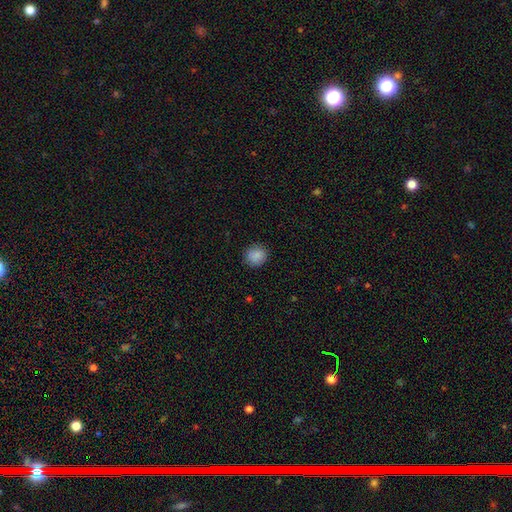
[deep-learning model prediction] A smooth galaxy with no disk features (88%) that is round (87%).

Vote fractions:
- Smooth or featured? smooth: 88% / star or artifact: 9% / featured or disk: 3%
- How rounded? round: 87% / in between: 12% / cigar-shaped: 1%
- Merging? none: 89% / minor disturbance: 8% / major disturbance: 2% / merger: 1%